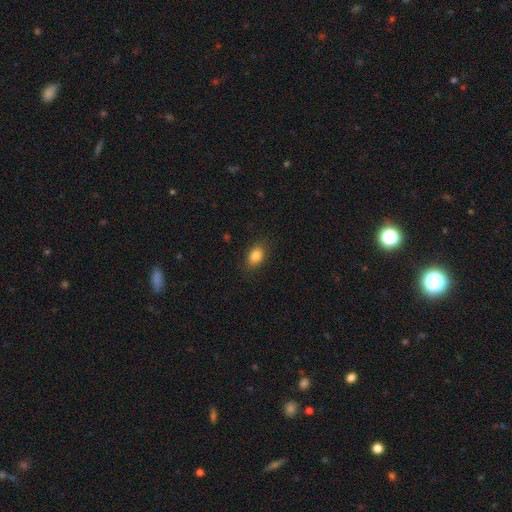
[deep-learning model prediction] Morphology: type=smooth (83%); roundness=in between (78%); merging=none (85%).